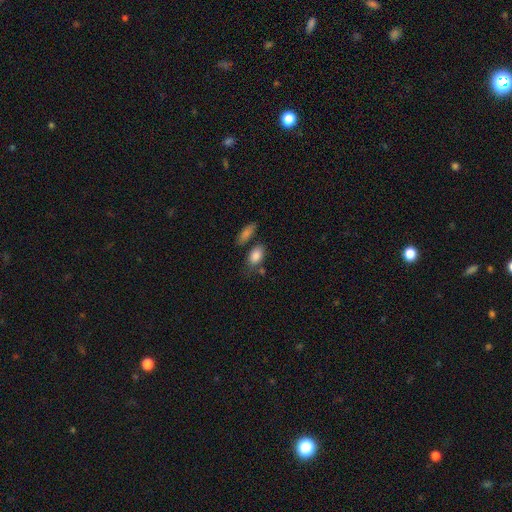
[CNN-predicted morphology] Smooth or featured? smooth (84%)
How rounded? in between (86%)
Merging? none (63%)